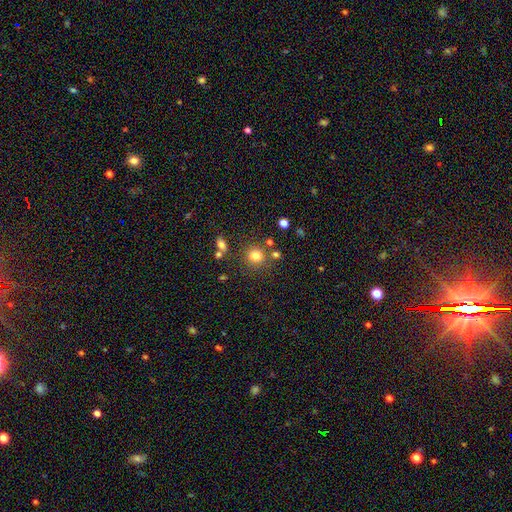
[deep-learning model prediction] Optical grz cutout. It shows a smooth galaxy with no disk features (78%) that is round (87%). Merging: none (77%).